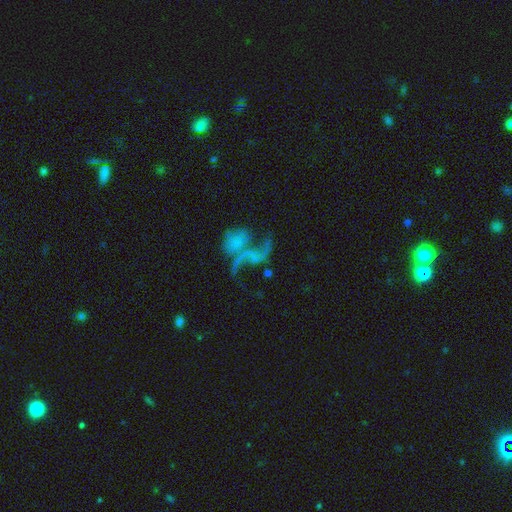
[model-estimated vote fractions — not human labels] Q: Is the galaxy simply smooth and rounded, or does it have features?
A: featured or disk — 69%.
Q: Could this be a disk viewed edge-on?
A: no — 97%.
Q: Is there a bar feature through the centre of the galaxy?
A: no — 65%.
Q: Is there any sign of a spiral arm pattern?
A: yes — 75%.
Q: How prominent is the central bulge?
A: none — 53%.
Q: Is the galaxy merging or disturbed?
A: merger — 37%.